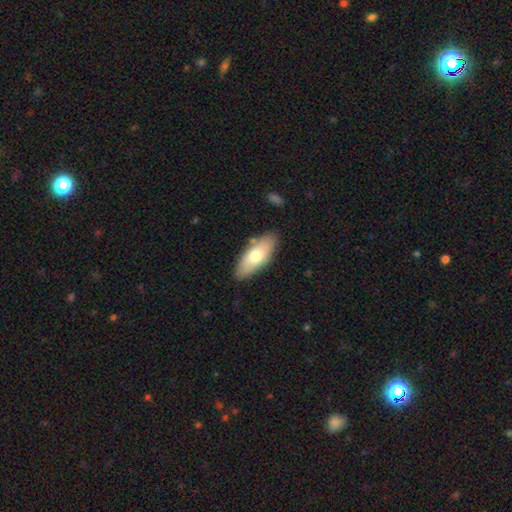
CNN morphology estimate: smooth-or-featured: smooth: 71% | featured or disk: 23% | star or artifact: 6%
  how-rounded: in between: 78% | cigar-shaped: 19% | round: 2%
  merging: none: 83% | minor disturbance: 12% | major disturbance: 3% | merger: 2%